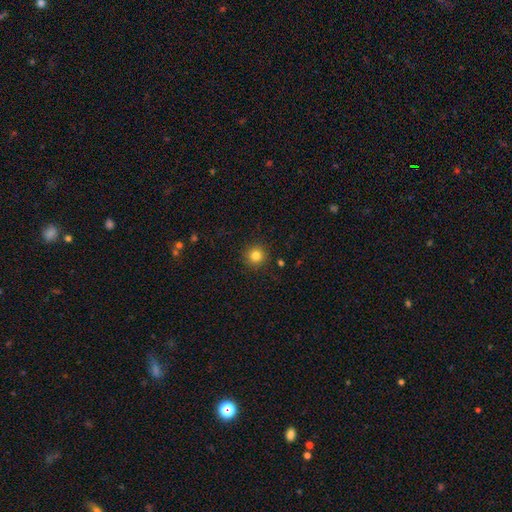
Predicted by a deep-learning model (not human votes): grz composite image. It shows a smooth galaxy with no disk features (82%) that is round (95%). Merging: none (91%).